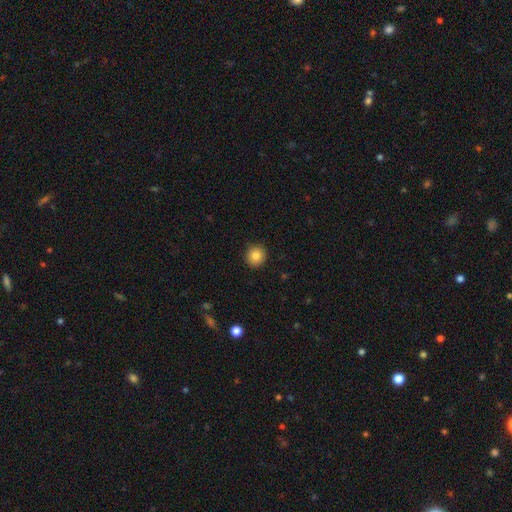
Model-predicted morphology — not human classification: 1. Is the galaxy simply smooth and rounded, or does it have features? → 85% smooth, 9% star or artifact, 6% featured or disk.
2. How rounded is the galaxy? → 92% round, 7% in between, 1% cigar-shaped.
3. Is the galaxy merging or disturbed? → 92% none, 5% minor disturbance, 2% major disturbance, 1% merger.